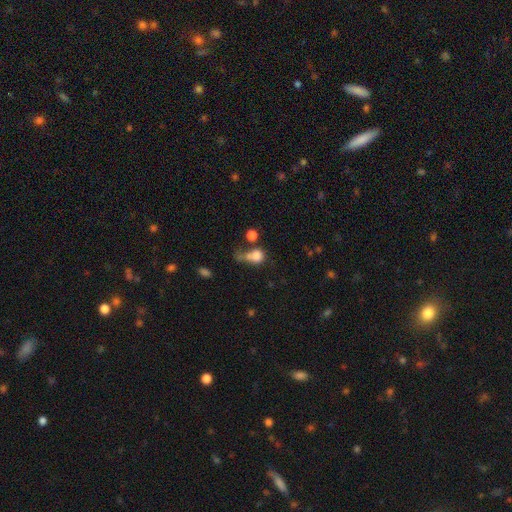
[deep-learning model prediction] smooth_or_featured: smooth (p=0.76) [alt: star or artifact p=0.12]
how_rounded: round (p=0.63) [alt: in between p=0.35]
merging: merger (p=0.32) [alt: none p=0.27]